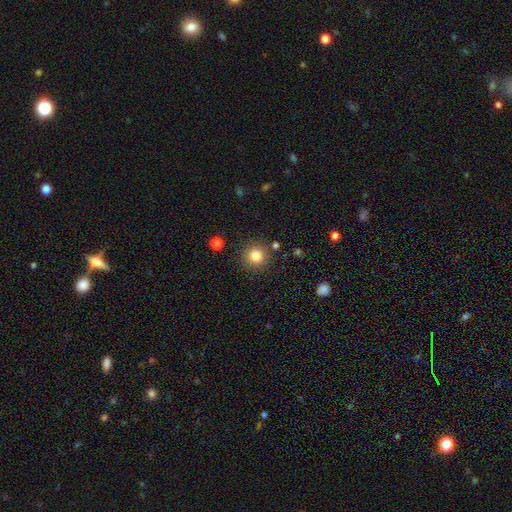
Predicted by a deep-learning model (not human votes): This appears to be a smooth galaxy with no disk features (82%) that is round (94%). Merging: none (87%).